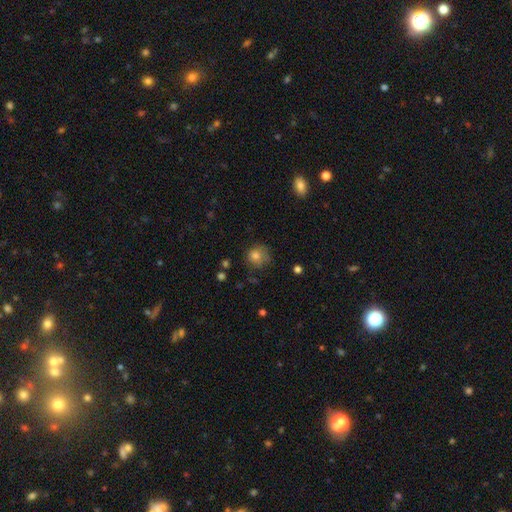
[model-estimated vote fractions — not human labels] Morphology: type=smooth (78%); roundness=round (83%); merging=none (60%).